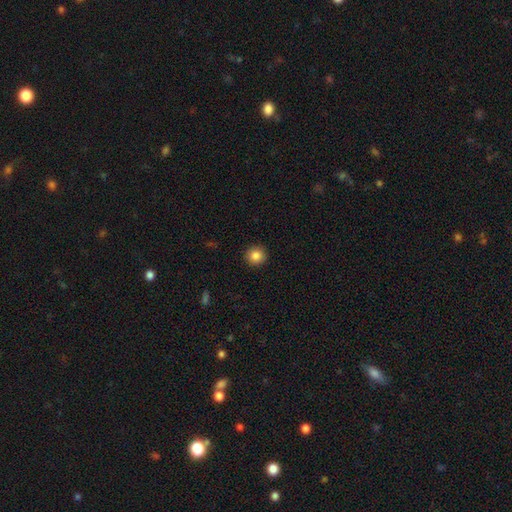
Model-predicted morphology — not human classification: Smooth or featured?
  - smooth: 85% *
  - star or artifact: 10%
  - featured or disk: 5%
How rounded?
  - round: 93% *
  - in between: 6%
  - cigar-shaped: 1%
Merging?
  - none: 92% *
  - minor disturbance: 5%
  - major disturbance: 2%
  - merger: 1%